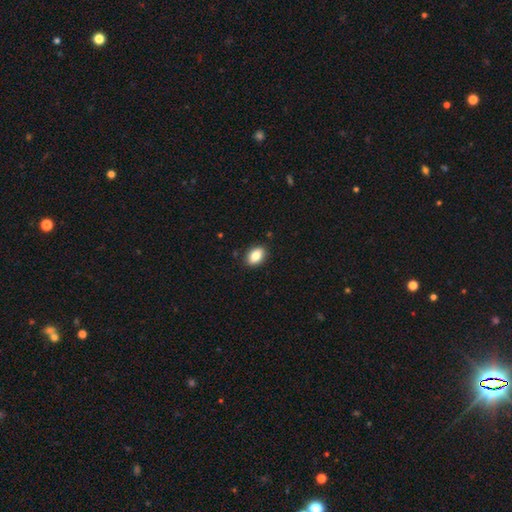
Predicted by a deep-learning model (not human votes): A smooth galaxy with no disk features (84%) that is in between round and cigar-shaped (85%). Merging: none (89%).